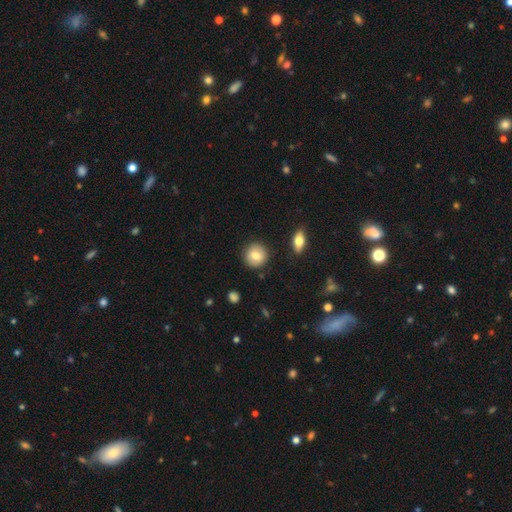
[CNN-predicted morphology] Smooth or featured?
  - smooth: 79% *
  - featured or disk: 13%
  - star or artifact: 8%
How rounded?
  - round: 88% *
  - in between: 10%
  - cigar-shaped: 1%
Merging?
  - none: 88% *
  - minor disturbance: 8%
  - major disturbance: 2%
  - merger: 2%